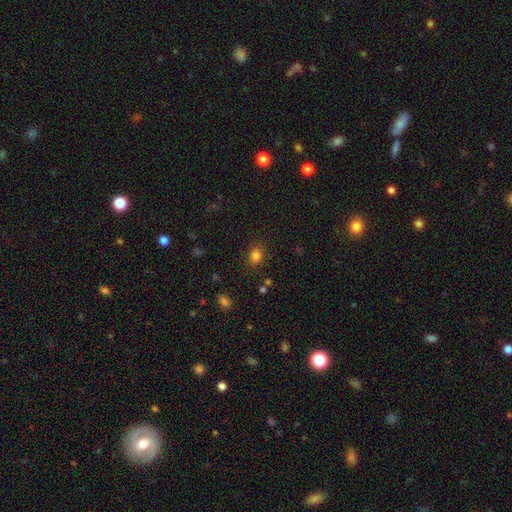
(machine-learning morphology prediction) Smooth or featured? smooth (81%)
How rounded? round (55%)
Merging? none (85%)